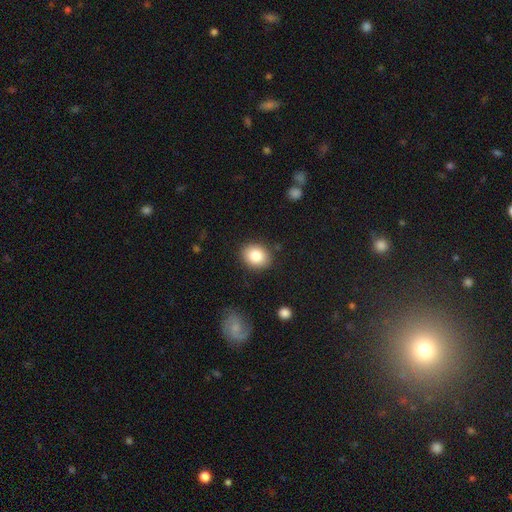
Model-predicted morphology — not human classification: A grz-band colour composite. It shows a smooth galaxy with no disk features (84%) that is round (55%). Merging: none (87%).